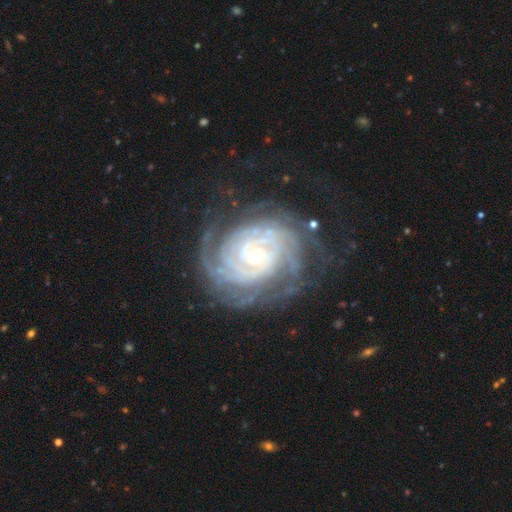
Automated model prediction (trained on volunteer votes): Smooth or featured? Predicted: featured or disk (p=0.91). Edge-on disk? Predicted: no (p=0.97). Bar? Predicted: no (p=0.62). Spiral arms? Predicted: yes (p=0.98). Spiral winding? Predicted: tight (p=0.84). Spiral arm count? Predicted: can't tell (p=0.26). Bulge size? Predicted: small (p=0.56). Merging? Predicted: none (p=0.72).